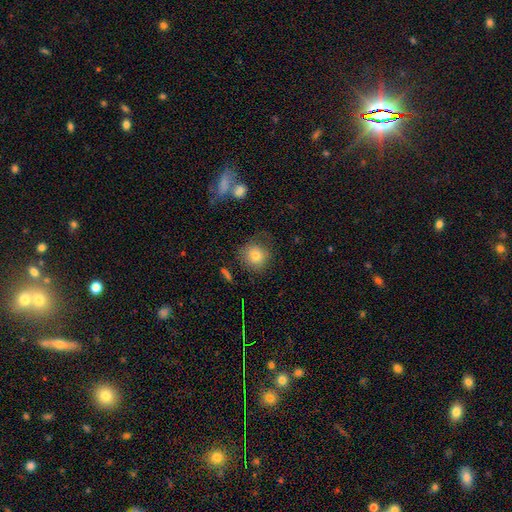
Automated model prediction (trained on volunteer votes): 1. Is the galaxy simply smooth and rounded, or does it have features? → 76% smooth, 13% featured or disk, 12% star or artifact.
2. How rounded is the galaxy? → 88% round, 11% in between, 1% cigar-shaped.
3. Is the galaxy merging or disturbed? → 68% none, 19% minor disturbance, 10% major disturbance, 3% merger.